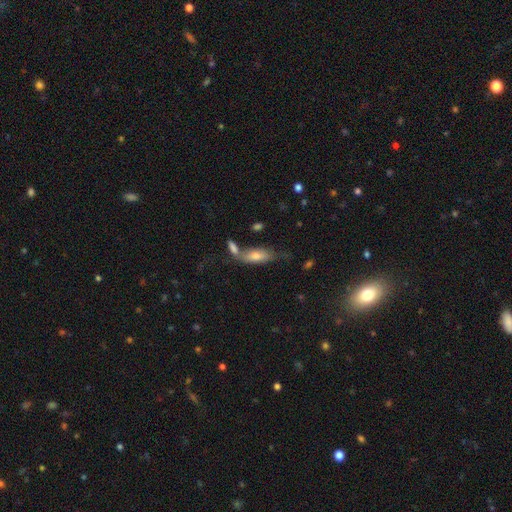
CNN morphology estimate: A smooth galaxy with no disk features (63%) that is in between round and cigar-shaped (67%).

Vote fractions:
- Smooth or featured? smooth: 63% / featured or disk: 28% / star or artifact: 9%
- How rounded? in between: 67% / cigar-shaped: 30% / round: 3%
- Merging? none: 44% / merger: 31% / minor disturbance: 18% / major disturbance: 8%